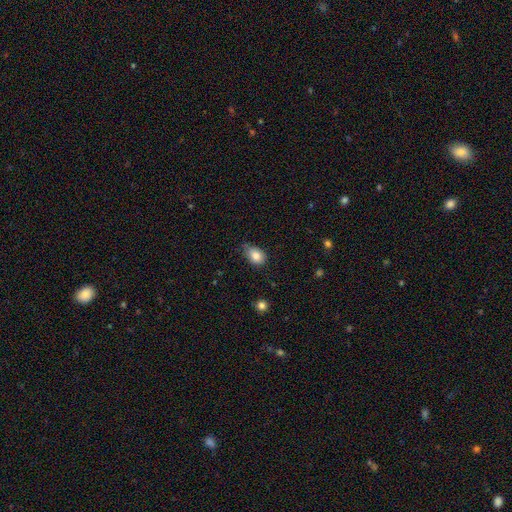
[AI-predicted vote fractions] Smooth or featured: smooth — 83% (star or artifact — 9%)
How rounded: in between — 73% (round — 26%)
Merging: none — 62% (minor disturbance — 30%)